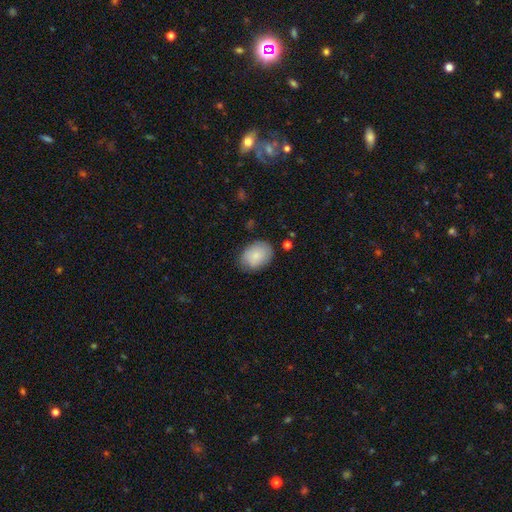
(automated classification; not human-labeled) Smooth or featured? smooth (83%)
How rounded? in between (76%)
Merging? none (78%)